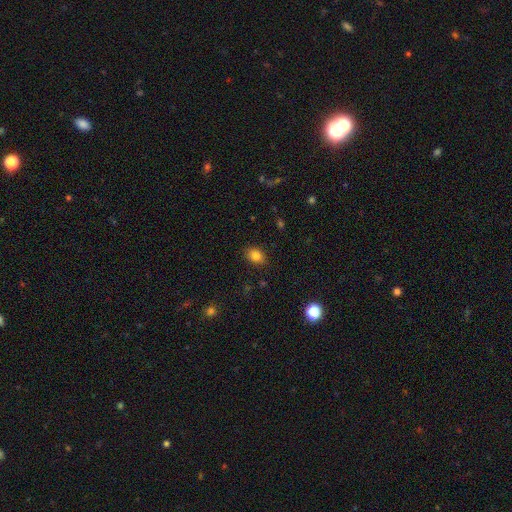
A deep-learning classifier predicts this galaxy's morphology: A smooth galaxy with no disk features (83%) that is in between round and cigar-shaped (67%). Merging: none (86%).